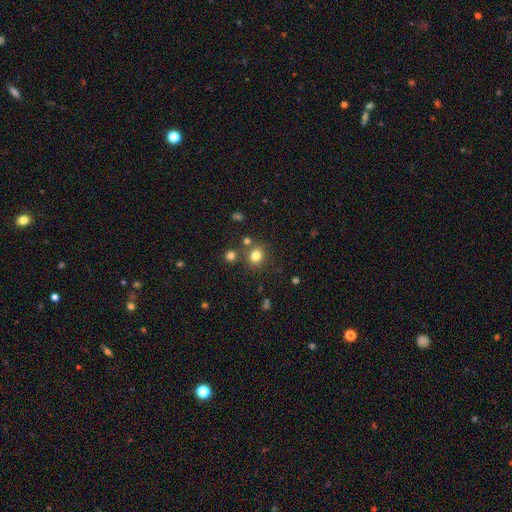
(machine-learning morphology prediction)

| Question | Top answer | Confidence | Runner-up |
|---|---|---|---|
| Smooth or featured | smooth | 79% | star or artifact (15%) |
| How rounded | round | 84% | in between (15%) |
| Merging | none | 79% | merger (9%) |